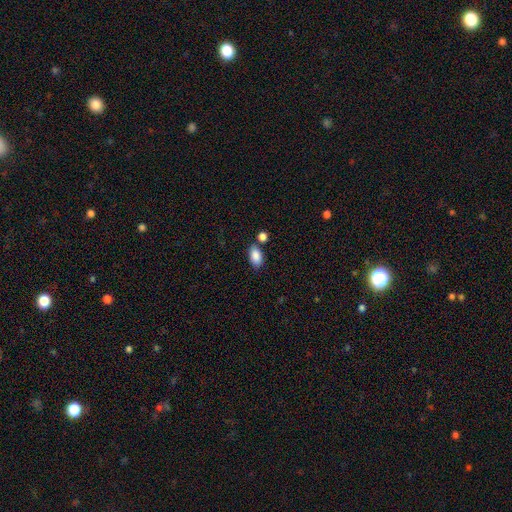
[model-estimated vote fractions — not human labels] Smooth or featured? Predicted: smooth (p=0.87). How rounded? Predicted: in between (p=0.92). Merging? Predicted: none (p=0.72).